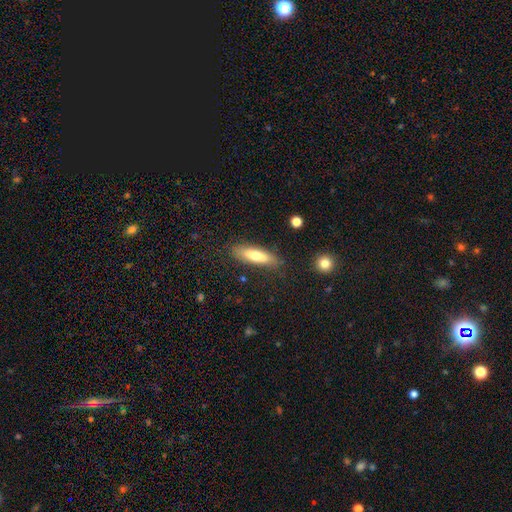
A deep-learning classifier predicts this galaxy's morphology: Smooth or featured? Predicted: smooth (p=0.70). How rounded? Predicted: cigar-shaped (p=0.56). Merging? Predicted: none (p=0.83).